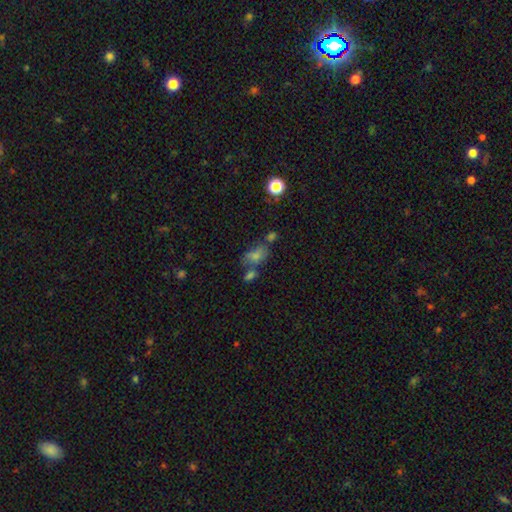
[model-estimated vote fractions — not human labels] Smooth or featured? Predicted: smooth (p=0.65). How rounded? Predicted: in between (p=0.84). Merging? Predicted: none (p=0.33, tied with merger).